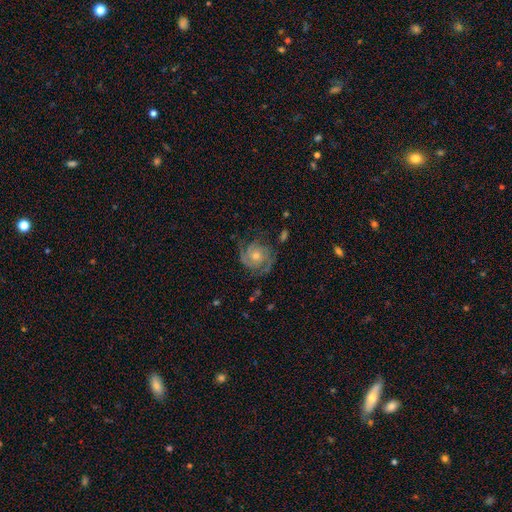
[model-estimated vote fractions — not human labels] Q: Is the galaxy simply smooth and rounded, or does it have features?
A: featured or disk — 86%.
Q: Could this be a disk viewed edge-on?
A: no — 98%.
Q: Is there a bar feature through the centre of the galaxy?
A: no — 76%.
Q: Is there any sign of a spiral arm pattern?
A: yes — 97%.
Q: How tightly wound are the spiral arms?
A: tight — 62%.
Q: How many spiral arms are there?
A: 2 — 50%.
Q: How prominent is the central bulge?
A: moderate — 57%.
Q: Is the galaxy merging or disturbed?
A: none — 75%.